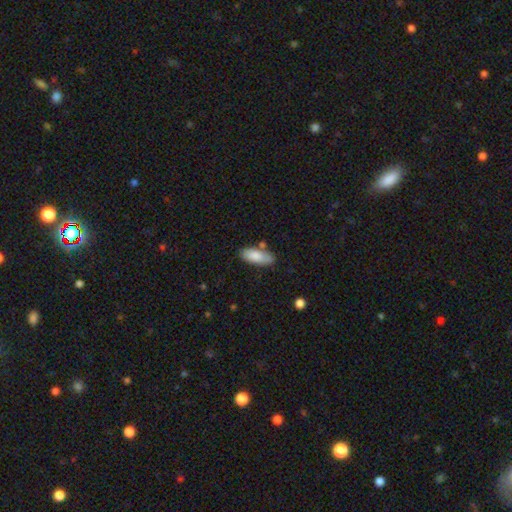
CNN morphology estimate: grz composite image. It shows a smooth galaxy with no disk features (84%) that is in between round and cigar-shaped (81%). Merging: none (71%).